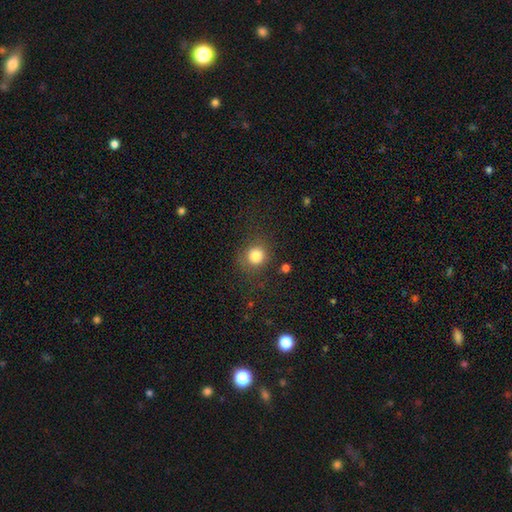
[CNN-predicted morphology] Overall: smooth (83%). How rounded: round (88%). Merging: none (77%).